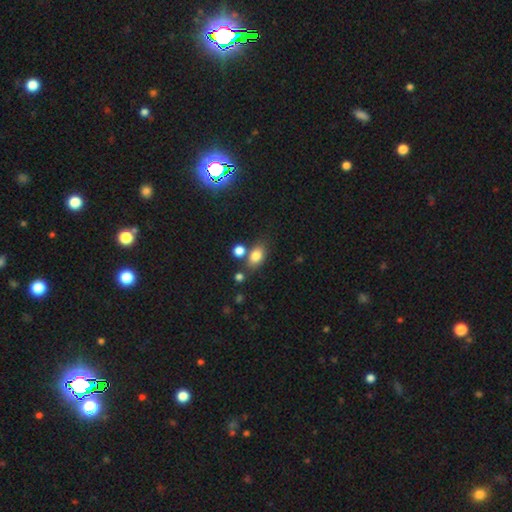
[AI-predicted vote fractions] Overall: smooth (79%). How rounded: in between (77%). Merging: none (65%).